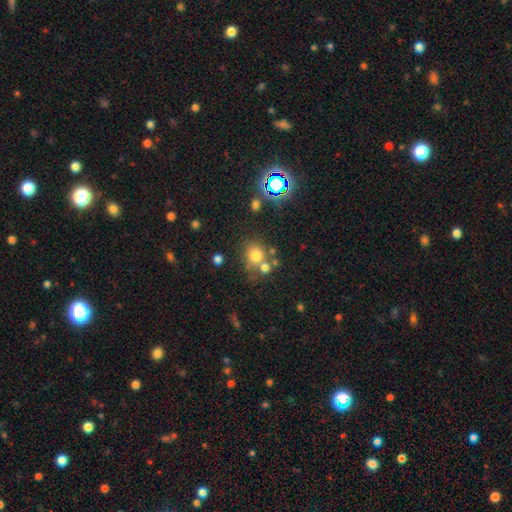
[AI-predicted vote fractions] smooth_or_featured: smooth (p=0.73) [alt: star or artifact p=0.17]
how_rounded: round (p=0.84) [alt: in between p=0.15]
merging: none (p=0.60) [alt: merger p=0.24]